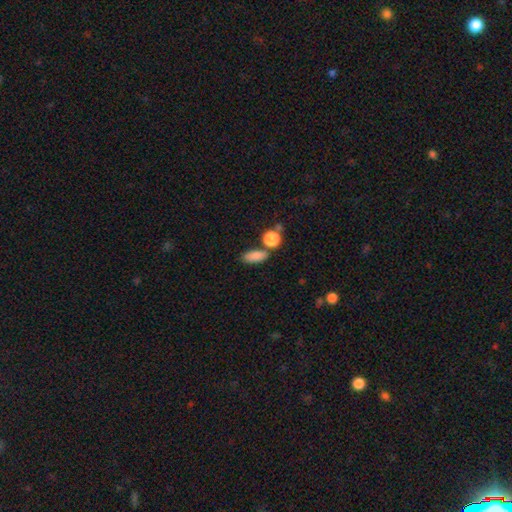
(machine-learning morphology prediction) Smooth or featured? Predicted: smooth (p=0.84). How rounded? Predicted: in between (p=0.73). Merging? Predicted: none (p=0.69).